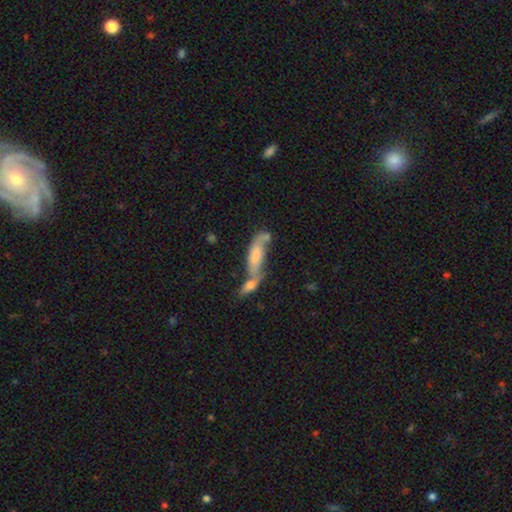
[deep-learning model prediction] Overall: smooth (47%; featured or disk 43%). Merging: merger (57%; none 21%).